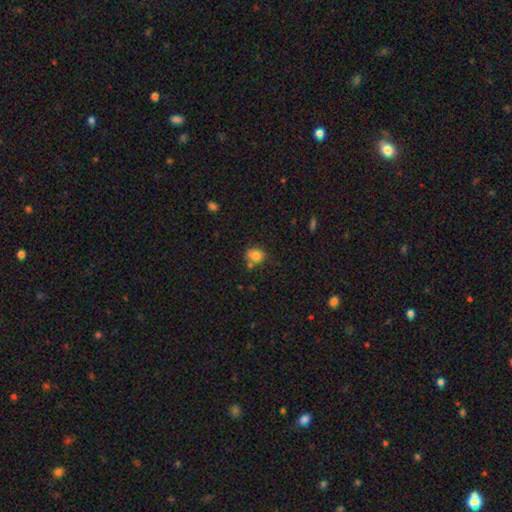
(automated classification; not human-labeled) The model was most divided on "how rounded": round: 55%, in between: 44%, cigar-shaped: 1%. More confident: smooth or featured — smooth (80%); merging — none (61%).